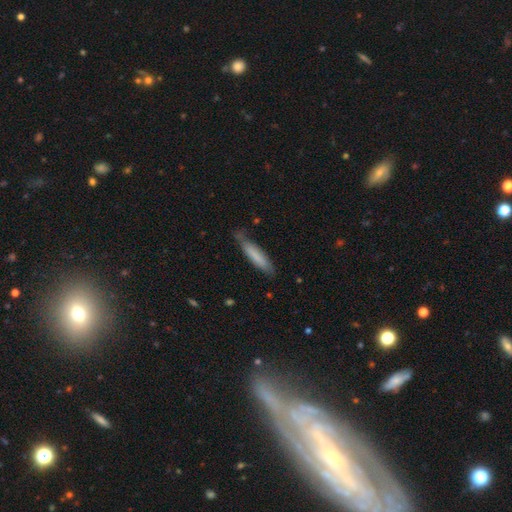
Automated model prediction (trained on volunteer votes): A smooth galaxy with no disk features (76%) that is cigar-shaped (83%).

Vote fractions:
- Smooth or featured? smooth: 76% / featured or disk: 18% / star or artifact: 6%
- How rounded? cigar-shaped: 83% / in between: 16% / round: 1%
- Merging? none: 69% / minor disturbance: 24% / major disturbance: 5% / merger: 2%